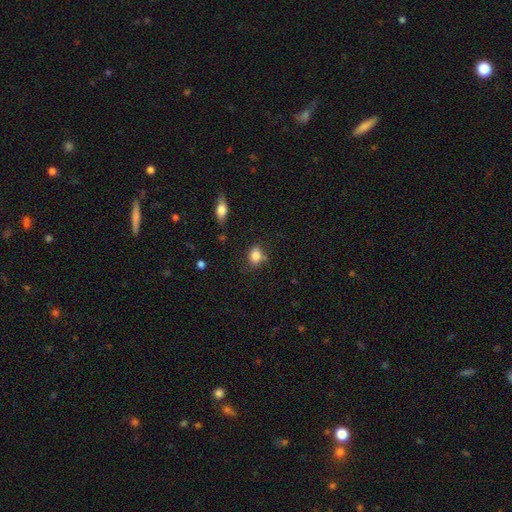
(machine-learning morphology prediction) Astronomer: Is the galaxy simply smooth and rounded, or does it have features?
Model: smooth — 83%.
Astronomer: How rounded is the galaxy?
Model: in between — 61% (runner-up: round, 37%).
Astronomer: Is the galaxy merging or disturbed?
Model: none — 68%.